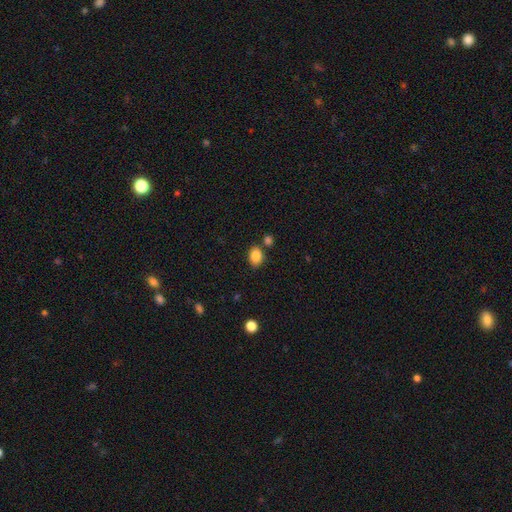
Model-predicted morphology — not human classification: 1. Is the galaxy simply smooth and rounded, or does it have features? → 86% smooth, 9% star or artifact, 5% featured or disk.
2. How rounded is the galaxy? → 72% in between, 27% round, 1% cigar-shaped.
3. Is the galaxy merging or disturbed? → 74% none, 12% minor disturbance, 10% merger, 3% major disturbance.